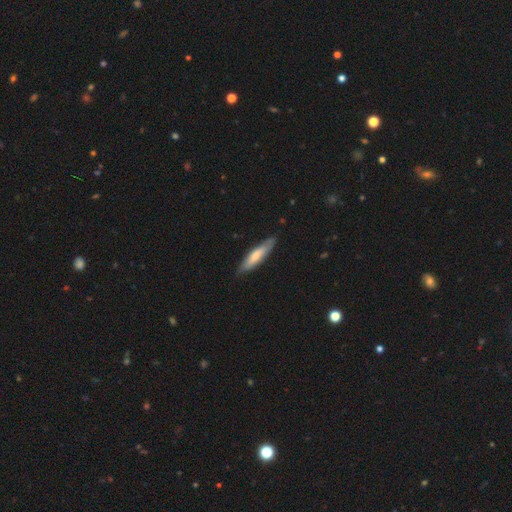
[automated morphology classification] This appears to be a smooth galaxy with no disk features (65%) that is cigar-shaped (77%). Merging: none (82%).